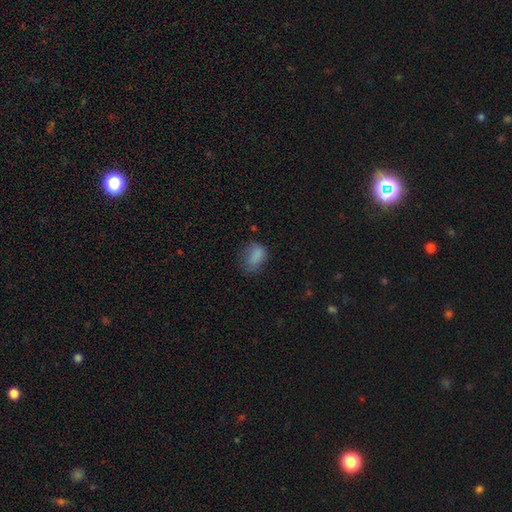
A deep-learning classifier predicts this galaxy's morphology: type=smooth (80%); roundness=in between (73%); merging=none (49%).